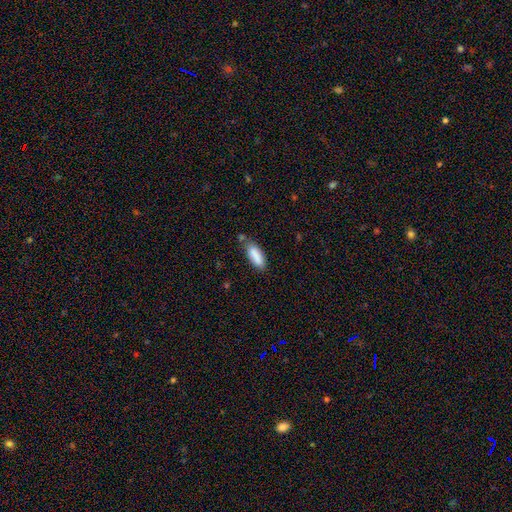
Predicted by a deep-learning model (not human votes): The model was most divided on "how rounded": in between: 65%, cigar-shaped: 33%, round: 2%. More confident: smooth or featured — smooth (86%); merging — none (64%).